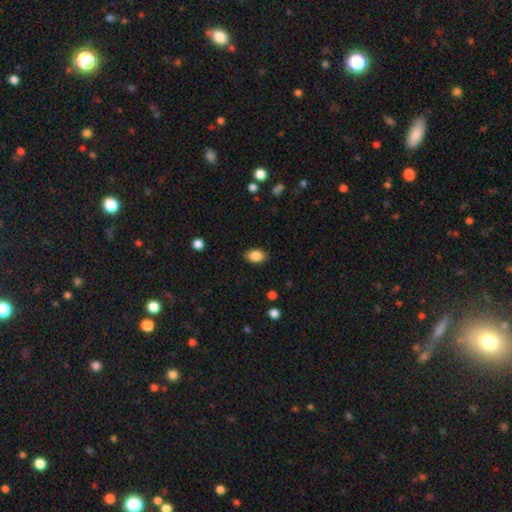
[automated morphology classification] A smooth galaxy with no disk features (87%) that is in between round and cigar-shaped (89%).

Vote fractions:
- Smooth or featured? smooth: 87% / star or artifact: 8% / featured or disk: 5%
- How rounded? in between: 89% / round: 10% / cigar-shaped: 1%
- Merging? none: 87% / minor disturbance: 10% / major disturbance: 3% / merger: 1%